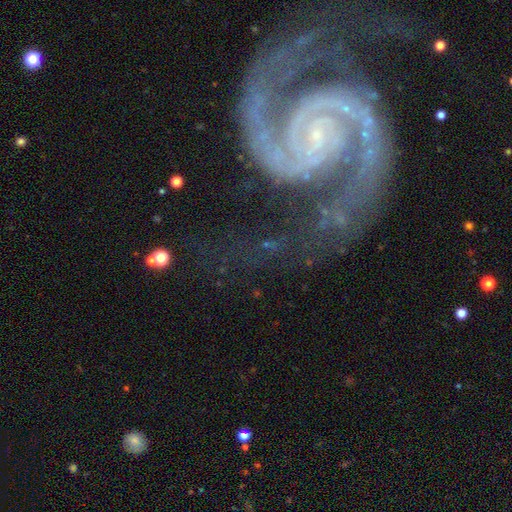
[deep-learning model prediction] Q: Smooth or featured?
A: featured or disk (92%); runner-up: star or artifact (5%)
Q: Edge-on disk?
A: no (98%); runner-up: yes (2%)
Q: Bar?
A: no (50%); runner-up: weak (34%)
Q: Spiral arms?
A: yes (98%); runner-up: no (2%)
Q: Spiral winding?
A: medium (47%); runner-up: tight (41%)
Q: Spiral arm count?
A: 2 (88%); runner-up: 3 (3%)
Q: Bulge size?
A: small (82%); runner-up: moderate (9%)
Q: Merging?
A: none (62%); runner-up: minor disturbance (17%)